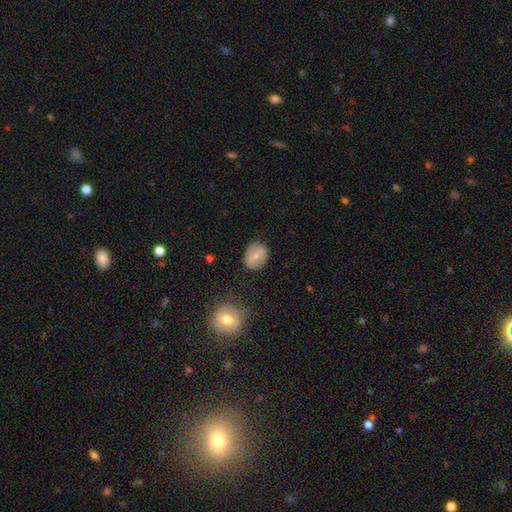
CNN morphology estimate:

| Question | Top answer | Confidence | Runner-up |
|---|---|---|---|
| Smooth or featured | smooth | 54% | featured or disk (38%) |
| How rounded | round | 52% | in between (46%) |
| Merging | none | 80% | minor disturbance (14%) |